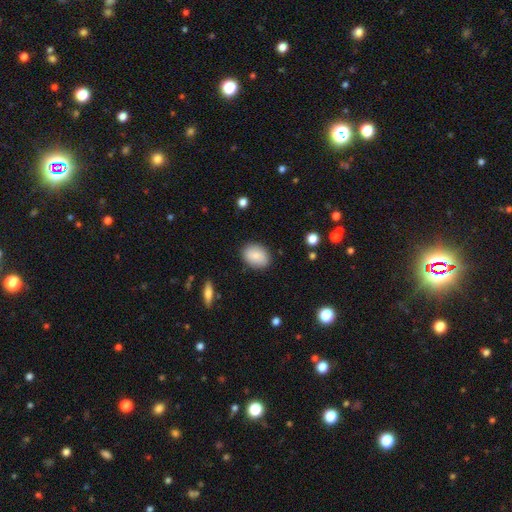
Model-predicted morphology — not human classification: Smooth or featured? Predicted: smooth (p=0.83). How rounded? Predicted: in between (p=0.71). Merging? Predicted: none (p=0.87).